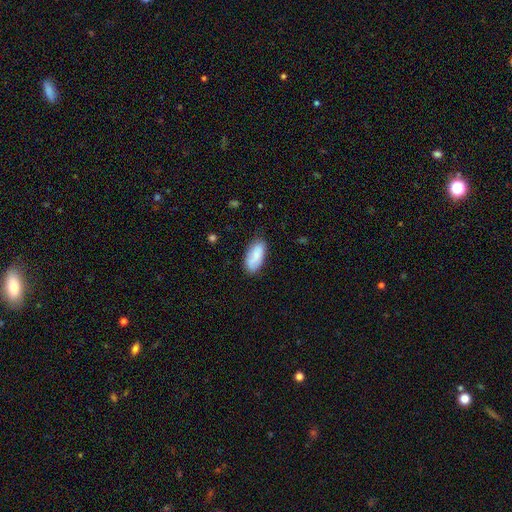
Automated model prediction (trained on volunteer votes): smooth_or_featured: smooth (p=0.74) [alt: featured or disk p=0.20]
how_rounded: in between (p=0.91) [alt: cigar-shaped p=0.07]
merging: none (p=0.72) [alt: minor disturbance p=0.21]